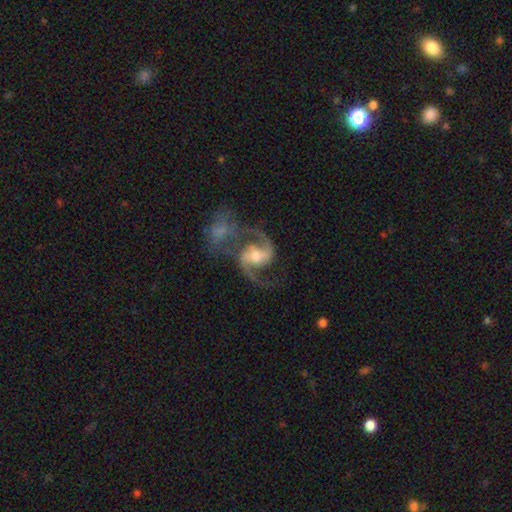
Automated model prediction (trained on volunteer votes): Morphology: type=featured or disk (91%); edge-on=no (98%); bar=weak (46%); spiral arms=yes (97%); winding=medium (54%); arm count=2 (92%); bulge=moderate (57%); merging=none (46%).